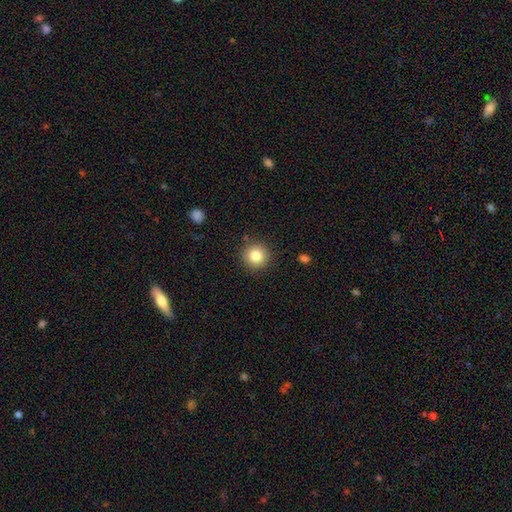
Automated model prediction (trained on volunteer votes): Q: Smooth or featured?
A: smooth (82%); runner-up: star or artifact (10%)
Q: How rounded?
A: round (94%); runner-up: in between (5%)
Q: Merging?
A: none (89%); runner-up: minor disturbance (7%)